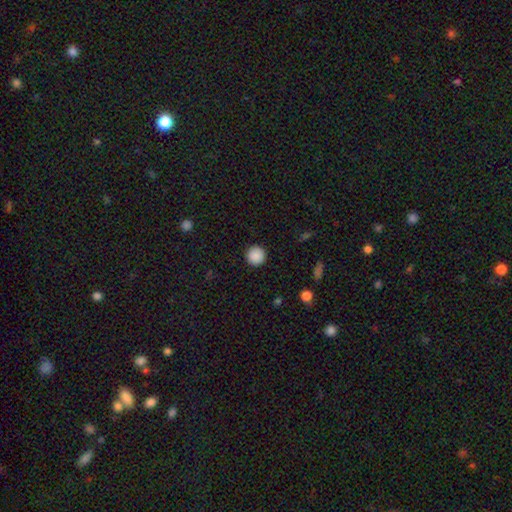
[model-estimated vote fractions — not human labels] Smooth or featured?
  - smooth: 89% *
  - star or artifact: 9%
  - featured or disk: 3%
How rounded?
  - round: 96% *
  - in between: 3%
  - cigar-shaped: 1%
Merging?
  - none: 93% *
  - minor disturbance: 5%
  - major disturbance: 2%
  - merger: 1%